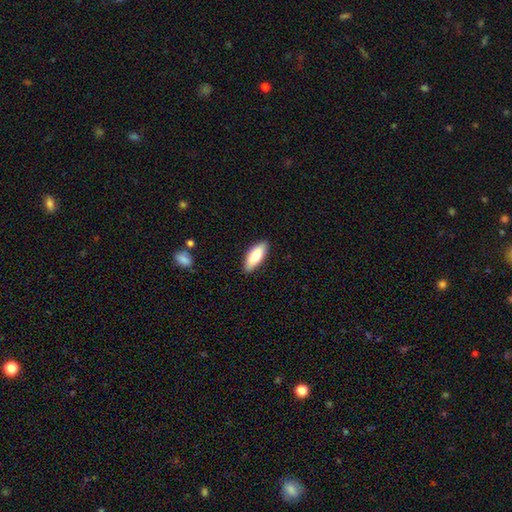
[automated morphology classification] smooth_or_featured: smooth (p=0.83) [alt: featured or disk p=0.11]
how_rounded: in between (p=0.74) [alt: cigar-shaped p=0.25]
merging: none (p=0.86) [alt: minor disturbance p=0.11]